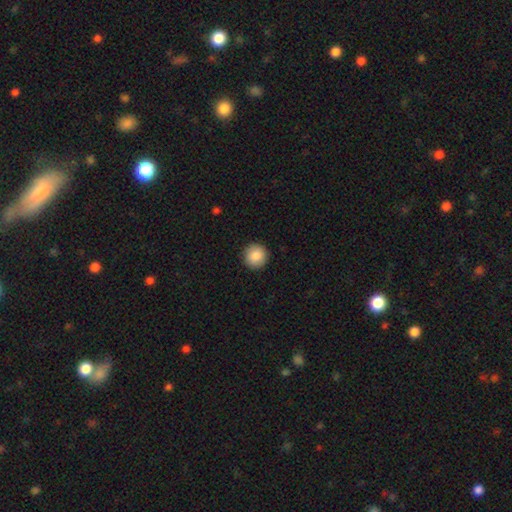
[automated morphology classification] A smooth galaxy with no disk features (87%) that is round (94%). Merging: none (92%).